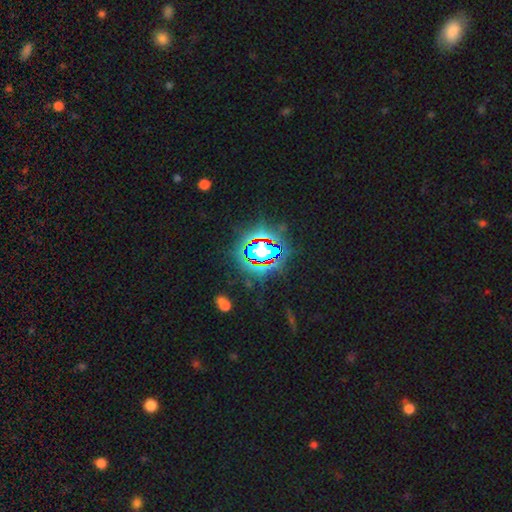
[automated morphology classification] smooth-or-featured: star or artifact: 80% | smooth: 12% | featured or disk: 8%